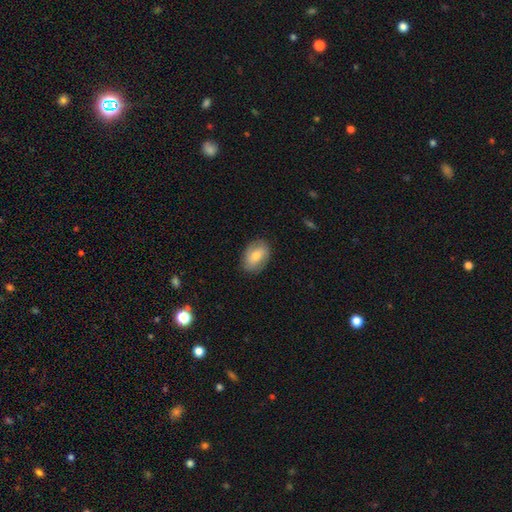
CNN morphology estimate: Overall: smooth (64%; featured or disk 29%). How rounded: in between (83%). Merging: none (83%).